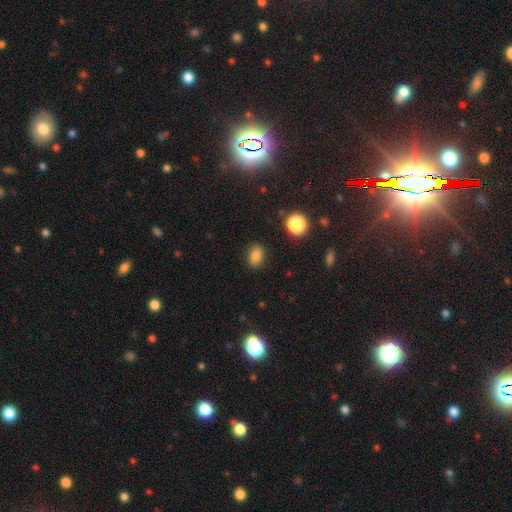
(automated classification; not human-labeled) smooth 82%, star or artifact 13%, featured or disk 6%. Down the decision tree: how rounded — in between (76%); merging — none (85%).